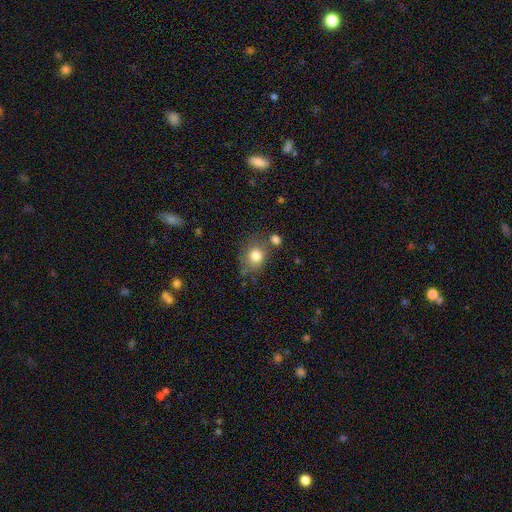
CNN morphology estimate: The model was most divided on "how rounded": round: 67%, in between: 32%, cigar-shaped: 1%. More confident: smooth or featured — smooth (81%); merging — none (62%).